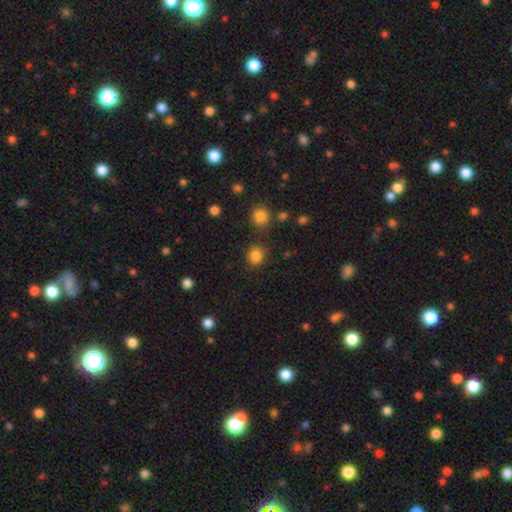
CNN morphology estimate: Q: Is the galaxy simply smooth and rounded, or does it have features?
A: smooth — 84%.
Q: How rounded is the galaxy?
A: round — 81%.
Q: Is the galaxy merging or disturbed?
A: none — 83%.